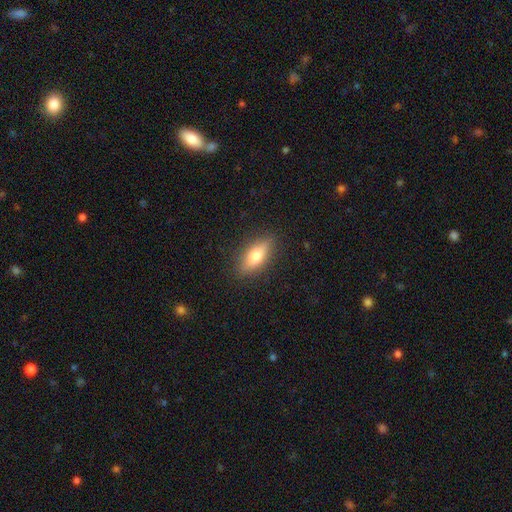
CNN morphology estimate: Q: Smooth or featured?
A: smooth (64%); runner-up: featured or disk (29%)
Q: How rounded?
A: in between (66%); runner-up: cigar-shaped (30%)
Q: Merging?
A: none (86%); runner-up: minor disturbance (10%)